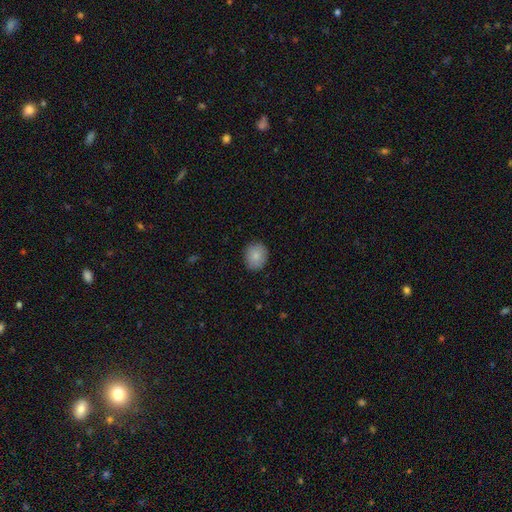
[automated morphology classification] Smooth or featured: smooth — 85% (featured or disk — 7%)
How rounded: round — 66% (in between — 33%)
Merging: none — 88% (minor disturbance — 9%)